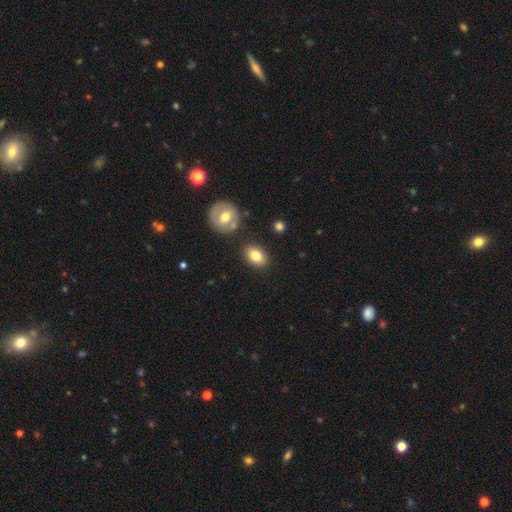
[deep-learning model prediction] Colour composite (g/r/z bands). It shows a smooth galaxy with no disk features (80%) that is in between round and cigar-shaped (77%). Merging: none (82%).